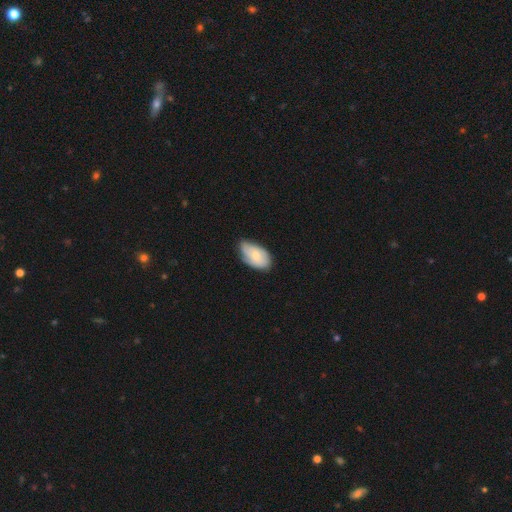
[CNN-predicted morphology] A smooth galaxy with no disk features (62%) that is in between round and cigar-shaped (93%). Merging: none (53%).